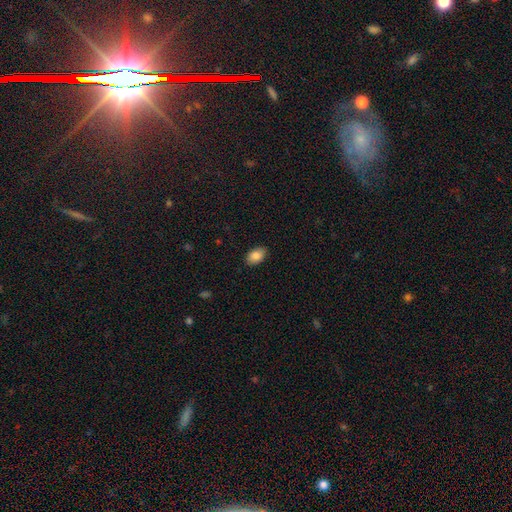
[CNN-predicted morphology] Smooth or featured?
  - smooth: 86% *
  - star or artifact: 7%
  - featured or disk: 7%
How rounded?
  - in between: 89% *
  - round: 10%
  - cigar-shaped: 1%
Merging?
  - none: 88% *
  - minor disturbance: 9%
  - major disturbance: 2%
  - merger: 1%